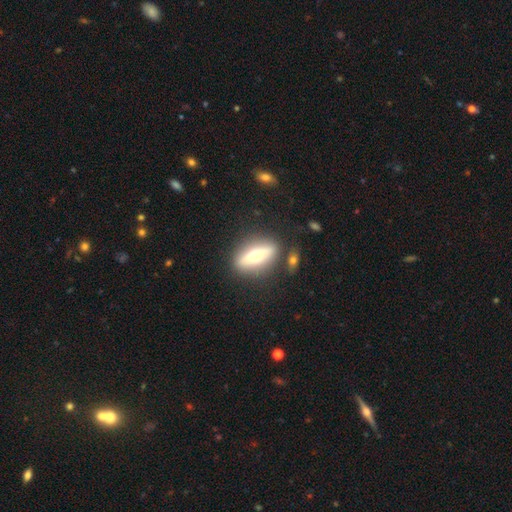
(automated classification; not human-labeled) A featured or disk galaxy (57%) viewed edge-on (80%).

Vote fractions:
- Smooth or featured? featured or disk: 57% / smooth: 36% / star or artifact: 7%
- Edge-on disk? yes: 80% / no: 20%
- Merging? none: 83% / minor disturbance: 9% / major disturbance: 4% / merger: 4%